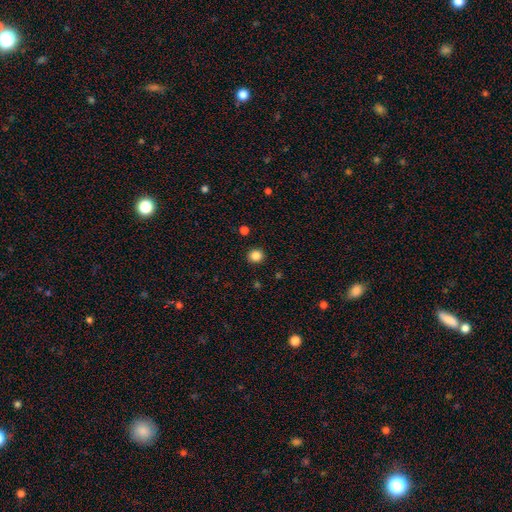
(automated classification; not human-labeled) smooth-or-featured: smooth: 85% | star or artifact: 11% | featured or disk: 3%
  how-rounded: round: 90% | in between: 9% | cigar-shaped: 1%
  merging: none: 92% | minor disturbance: 5% | major disturbance: 2% | merger: 1%